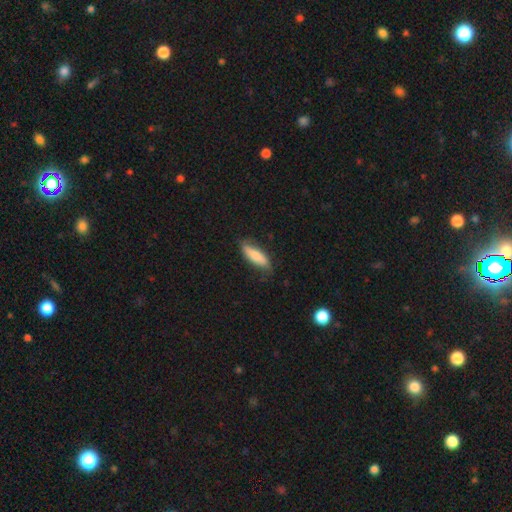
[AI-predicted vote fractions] smooth-or-featured: smooth: 74% | featured or disk: 20% | star or artifact: 6%
  how-rounded: in between: 54% | cigar-shaped: 44% | round: 2%
  merging: none: 69% | minor disturbance: 24% | major disturbance: 5% | merger: 2%